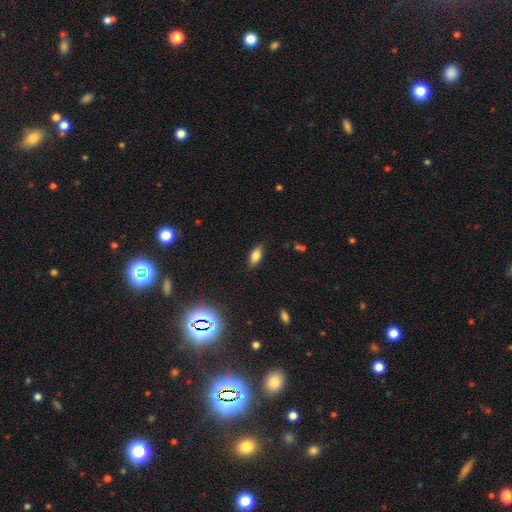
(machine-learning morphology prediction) Overall: smooth (73%). How rounded: in between (81%). Merging: none (85%).